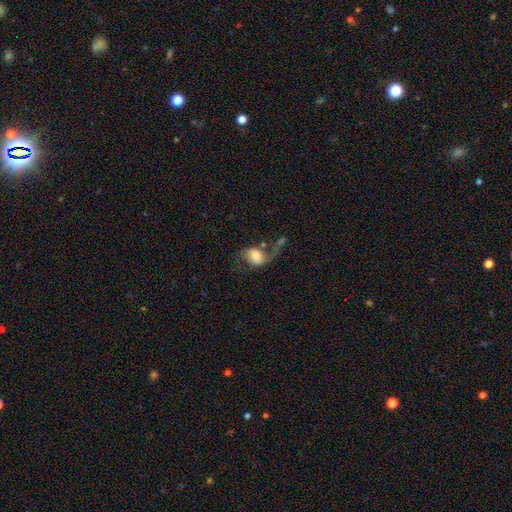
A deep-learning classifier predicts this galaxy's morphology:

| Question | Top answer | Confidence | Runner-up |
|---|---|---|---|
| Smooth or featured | featured or disk | 48% | smooth (44%) |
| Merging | major disturbance | 32% | none (29%) |